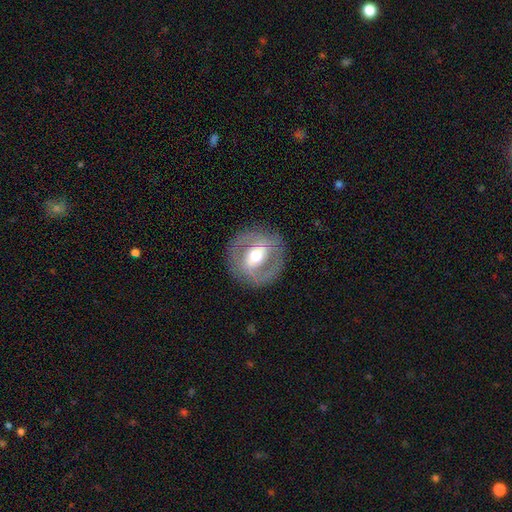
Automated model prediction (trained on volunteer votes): smooth-or-featured: featured or disk: 66% | smooth: 27% | star or artifact: 7%
  disk-edge-on: no: 93% | yes: 7%
    bar: weak: 37% (tied) | strong: 37% (tied) | no: 26%
    has-spiral-arms: no: 51% | yes: 49%
    bulge-size: moderate: 67% | large: 17% | small: 13% | dominant: 2% | none: 1%
  merging: none: 82% | minor disturbance: 10% | major disturbance: 6% | merger: 1%